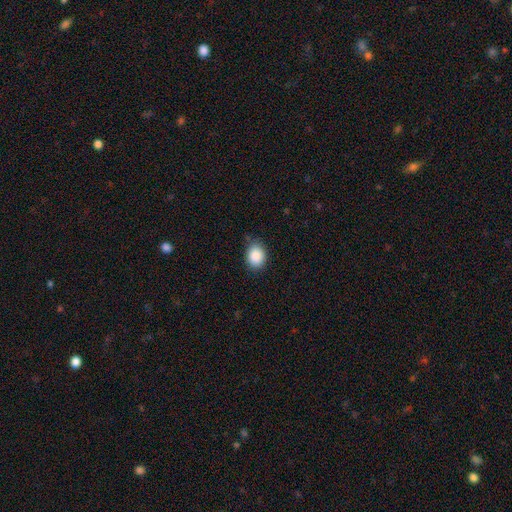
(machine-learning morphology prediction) type=smooth (88%); roundness=in between (59%); merging=none (80%).